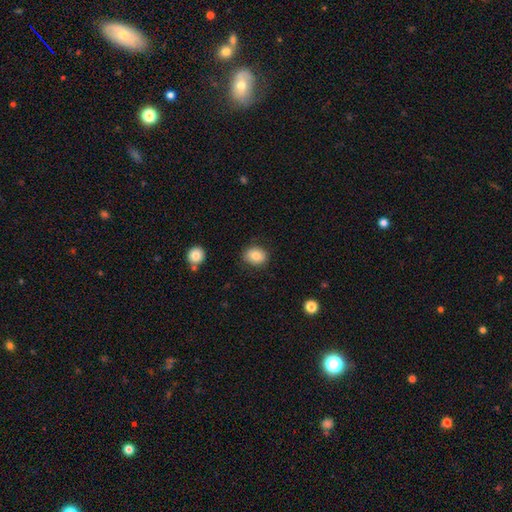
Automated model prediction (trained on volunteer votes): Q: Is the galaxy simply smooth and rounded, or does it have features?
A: smooth — 83%.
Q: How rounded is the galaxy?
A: round — 56%.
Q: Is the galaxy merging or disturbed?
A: none — 85%.